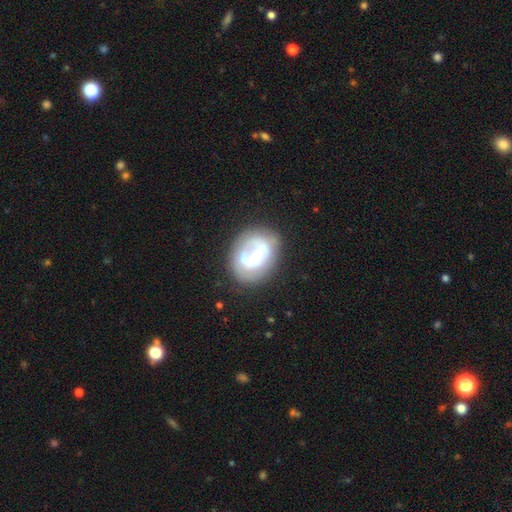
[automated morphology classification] This appears to be a featured or disk galaxy (57%) with no bar (36%), no spiral arms (65%) and a small central bulge (38%). Merging: none (59%).